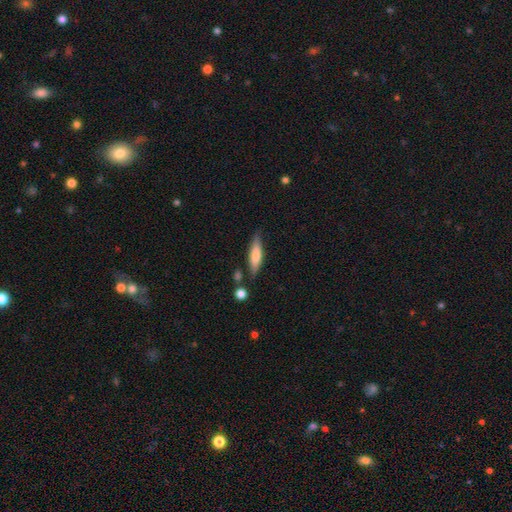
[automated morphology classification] This appears to be a smooth galaxy with no disk features (67%) that is cigar-shaped (69%). Merging: none (74%).